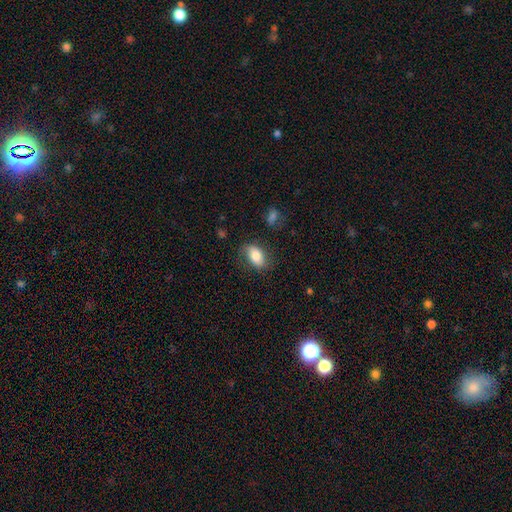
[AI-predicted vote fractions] smooth_or_featured: smooth (p=0.75) [alt: featured or disk p=0.18]
how_rounded: in between (p=0.90) [alt: round p=0.07]
merging: none (p=0.70) [alt: minor disturbance p=0.20]